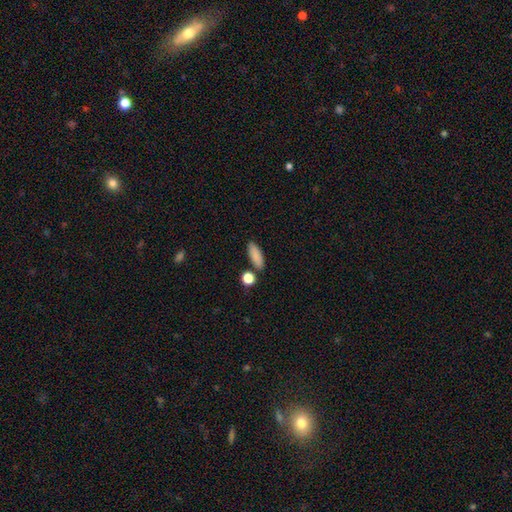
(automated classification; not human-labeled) Smooth or featured?
  - smooth: 87% *
  - star or artifact: 7%
  - featured or disk: 6%
How rounded?
  - in between: 70% *
  - cigar-shaped: 26%
  - round: 4%
Merging?
  - none: 80% *
  - minor disturbance: 10%
  - merger: 7%
  - major disturbance: 3%